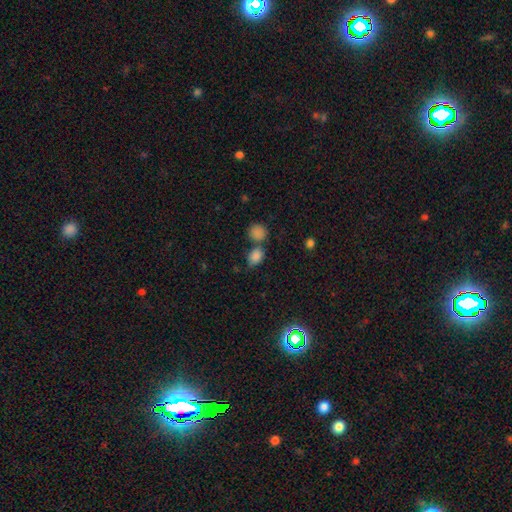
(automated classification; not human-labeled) smooth-or-featured: smooth: 83% | star or artifact: 12% | featured or disk: 6%
  how-rounded: in between: 68% | round: 30% | cigar-shaped: 2%
  merging: none: 53% | merger: 28% | minor disturbance: 14% | major disturbance: 5%